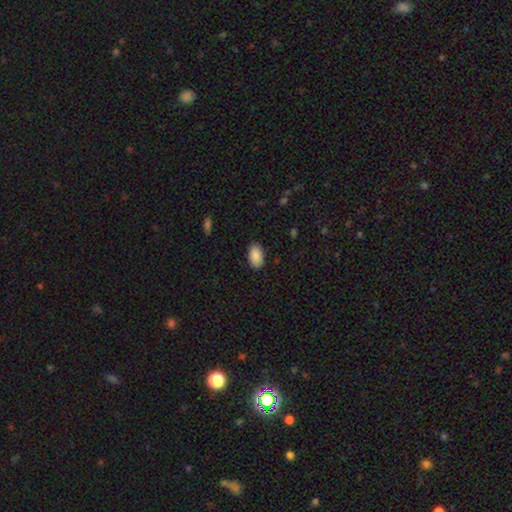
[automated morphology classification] type=smooth (89%); roundness=in between (94%); merging=none (87%).